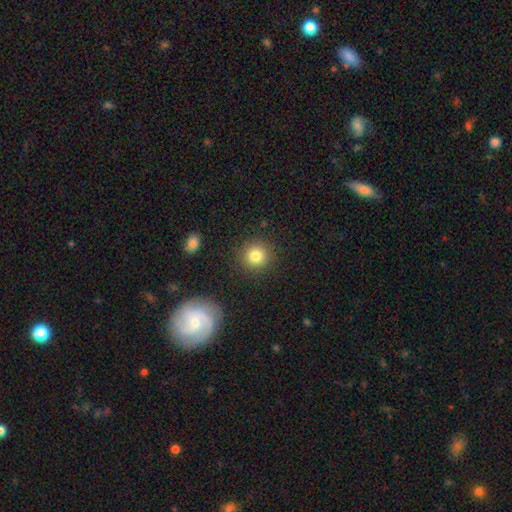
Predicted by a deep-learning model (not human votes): smooth 83%, star or artifact 11%, featured or disk 6%. Down the decision tree: how rounded — round (92%); merging — none (89%).